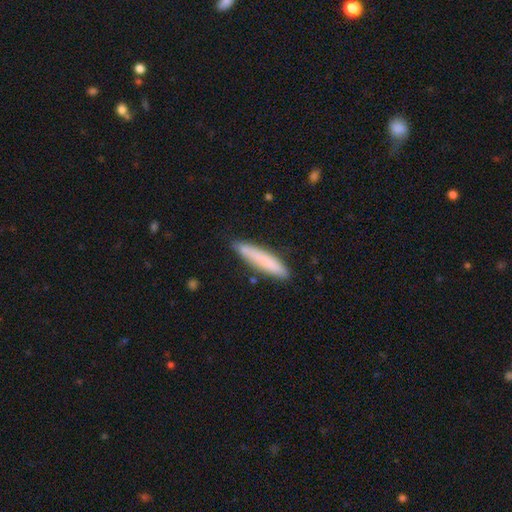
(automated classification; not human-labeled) smooth_or_featured: smooth (p=0.78) [alt: featured or disk p=0.16]
how_rounded: cigar-shaped (p=0.92) [alt: in between p=0.07]
merging: none (p=0.83) [alt: minor disturbance p=0.13]